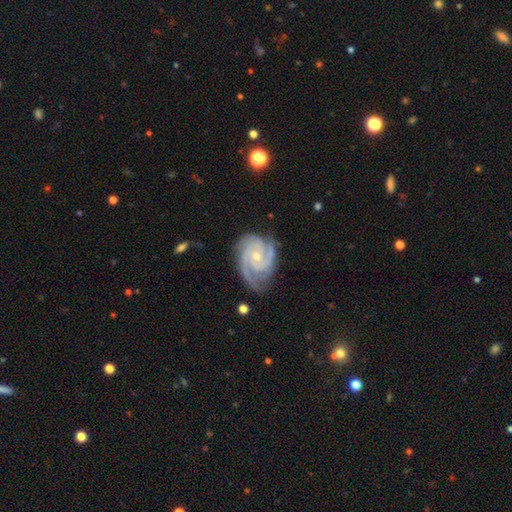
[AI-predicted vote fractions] Q: Smooth or featured?
A: featured or disk (92%); runner-up: star or artifact (4%)
Q: Edge-on disk?
A: no (98%); runner-up: yes (2%)
Q: Bar?
A: no (72%); runner-up: weak (23%)
Q: Spiral arms?
A: yes (99%); runner-up: no (1%)
Q: Spiral winding?
A: tight (66%); runner-up: medium (30%)
Q: Spiral arm count?
A: 3 (55%); runner-up: 2 (20%)
Q: Bulge size?
A: small (69%); runner-up: moderate (28%)
Q: Merging?
A: none (73%); runner-up: minor disturbance (20%)